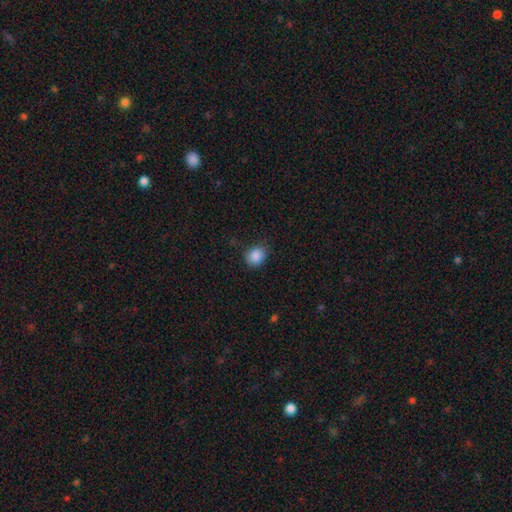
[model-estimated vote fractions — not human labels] A smooth galaxy with no disk features (87%) that is round (70%).

Vote fractions:
- Smooth or featured? smooth: 87% / star or artifact: 9% / featured or disk: 3%
- How rounded? round: 70% / in between: 29% / cigar-shaped: 1%
- Merging? none: 78% / minor disturbance: 17% / major disturbance: 4% / merger: 1%